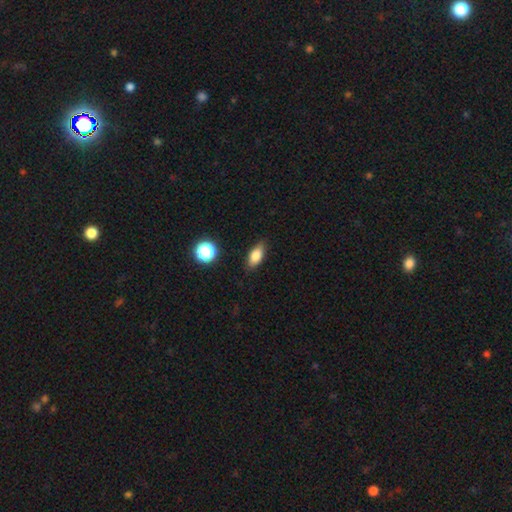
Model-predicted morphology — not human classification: type=smooth (81%); roundness=in between (82%); merging=none (83%).